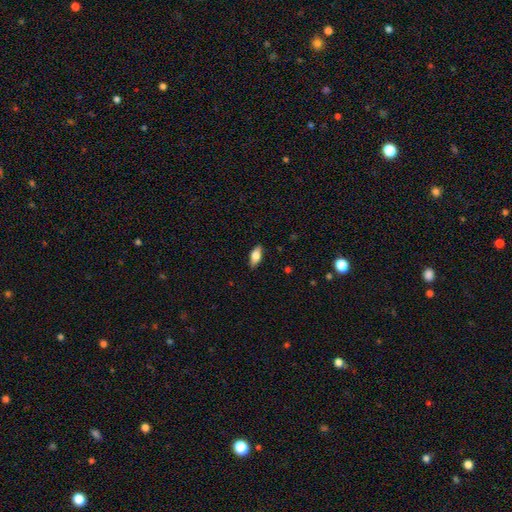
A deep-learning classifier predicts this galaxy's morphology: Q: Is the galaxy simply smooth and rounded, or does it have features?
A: smooth — 70%.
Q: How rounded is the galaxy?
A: in between — 81%.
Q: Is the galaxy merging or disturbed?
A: none — 86%.